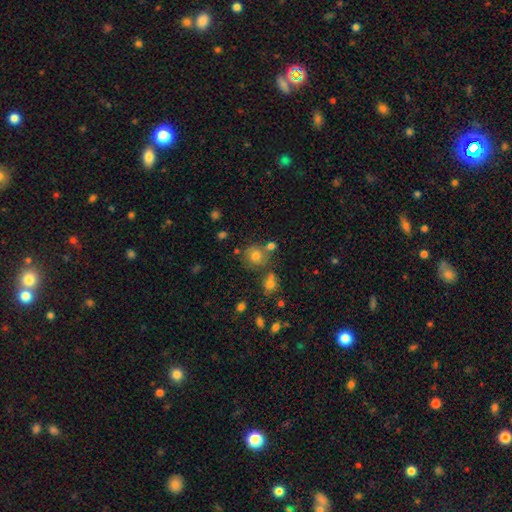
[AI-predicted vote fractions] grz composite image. It shows a smooth galaxy with no disk features (68%) that is round (83%). Merging: none (62%).